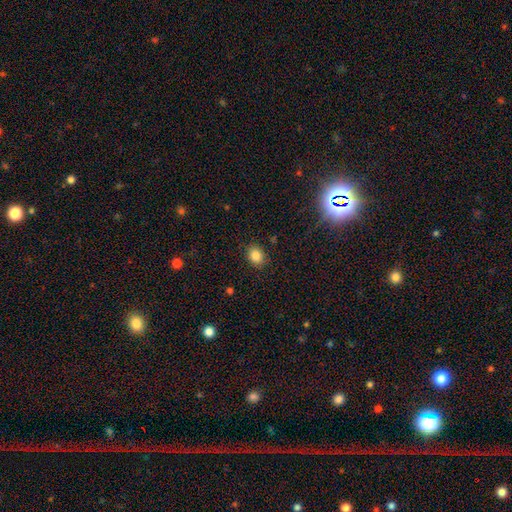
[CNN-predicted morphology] This is clearly a smooth galaxy (84%). How rounded: possibly round (56%). Merging: clearly none (88%).